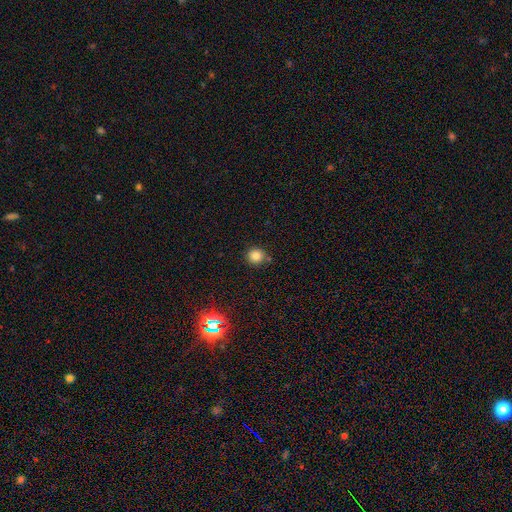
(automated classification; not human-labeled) Smooth or featured? smooth (82%)
How rounded? round (90%)
Merging? none (79%)